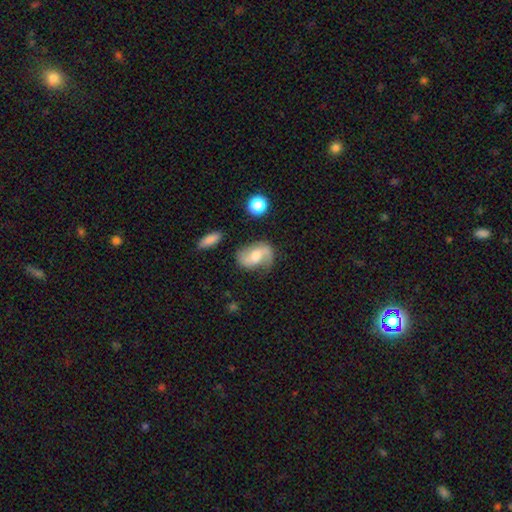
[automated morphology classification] smooth-or-featured: featured or disk: 66% | smooth: 26% | star or artifact: 8%
  disk-edge-on: no: 97% | yes: 3%
    bar: weak: 47% | no: 39% | strong: 14%
    has-spiral-arms: yes: 91% | no: 9%
      spiral-winding: loose: 55% | medium: 35% | tight: 10%
      spiral-arm-count: 2: 81% | 1: 11% | can't tell: 5% | 3: 1% | 4: 1% | more than 4: 1%
    bulge-size: moderate: 52% | small: 21% | large: 16% | none: 9% | dominant: 2%
  merging: none: 62% | minor disturbance: 23% | major disturbance: 11% | merger: 4%